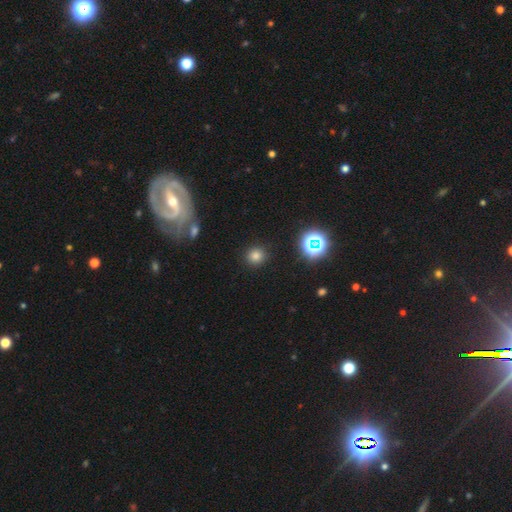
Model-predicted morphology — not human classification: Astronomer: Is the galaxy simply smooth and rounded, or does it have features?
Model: smooth — 76%.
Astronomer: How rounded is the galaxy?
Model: round — 89%.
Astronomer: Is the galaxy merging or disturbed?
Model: none — 90%.